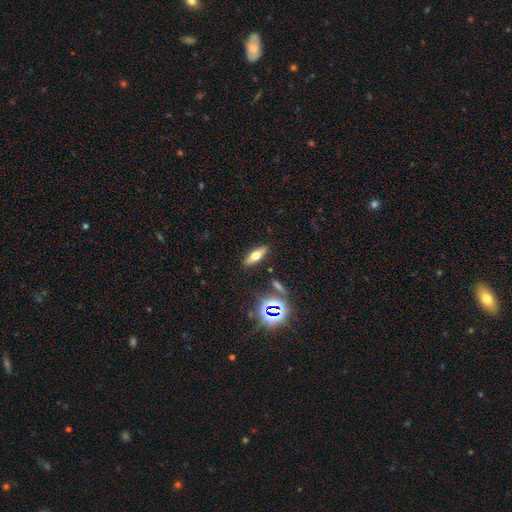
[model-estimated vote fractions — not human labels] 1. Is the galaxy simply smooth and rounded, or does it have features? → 52% smooth, 32% featured or disk, 16% star or artifact.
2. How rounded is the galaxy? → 55% in between, 39% cigar-shaped, 5% round.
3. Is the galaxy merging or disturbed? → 87% none, 8% minor disturbance, 3% major disturbance, 2% merger.